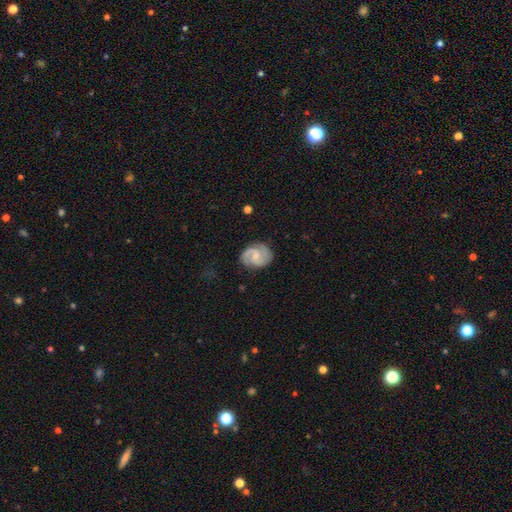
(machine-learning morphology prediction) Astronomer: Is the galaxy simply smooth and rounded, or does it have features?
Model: featured or disk — 82%.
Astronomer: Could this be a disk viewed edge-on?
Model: no — 98%.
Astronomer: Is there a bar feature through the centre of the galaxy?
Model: weak — 48% (runner-up: no, 43%).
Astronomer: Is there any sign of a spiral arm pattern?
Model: yes — 97%.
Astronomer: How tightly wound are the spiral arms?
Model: medium — 52% (runner-up: tight, 34%).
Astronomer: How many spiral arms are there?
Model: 2 — 88%.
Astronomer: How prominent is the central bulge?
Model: small — 50% (runner-up: moderate, 33%).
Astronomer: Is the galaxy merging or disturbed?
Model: none — 77%.